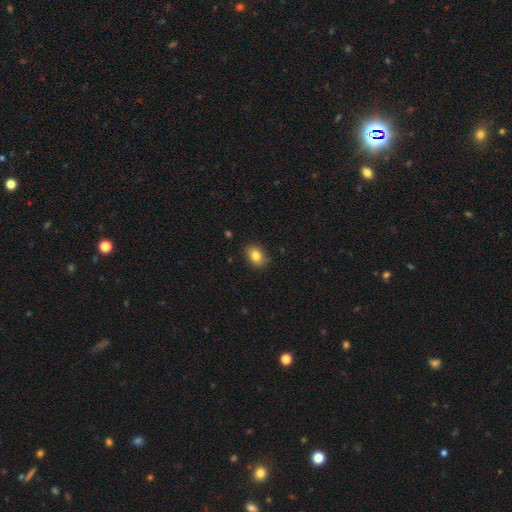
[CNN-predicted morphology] Smooth or featured: smooth — 83% (star or artifact — 9%)
How rounded: in between — 75% (round — 24%)
Merging: none — 85% (minor disturbance — 12%)